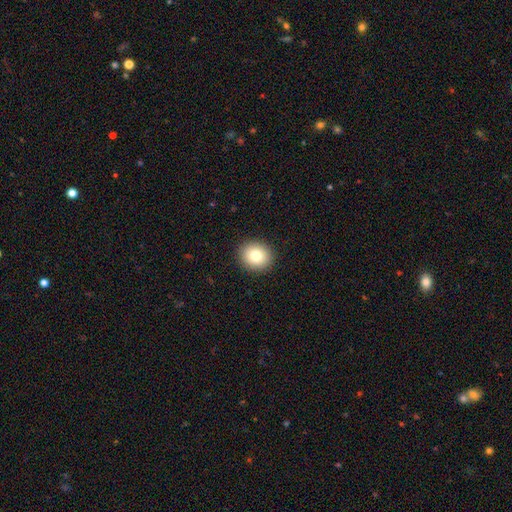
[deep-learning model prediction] Overall: smooth (80%). How rounded: round (79%). Merging: none (91%).